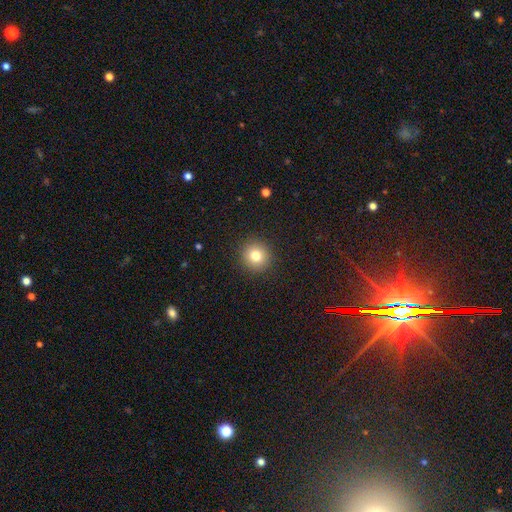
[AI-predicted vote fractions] Smooth or featured: smooth — 79% (star or artifact — 12%)
How rounded: round — 93% (in between — 6%)
Merging: none — 92% (minor disturbance — 5%)